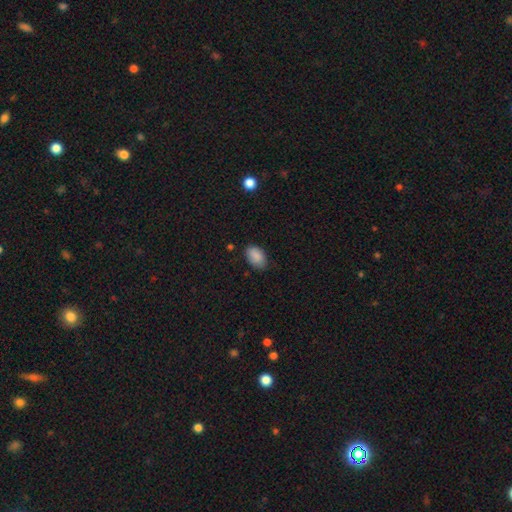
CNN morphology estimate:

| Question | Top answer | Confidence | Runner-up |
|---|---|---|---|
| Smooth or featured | smooth | 88% | star or artifact (8%) |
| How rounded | in between | 91% | round (7%) |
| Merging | none | 76% | minor disturbance (19%) |